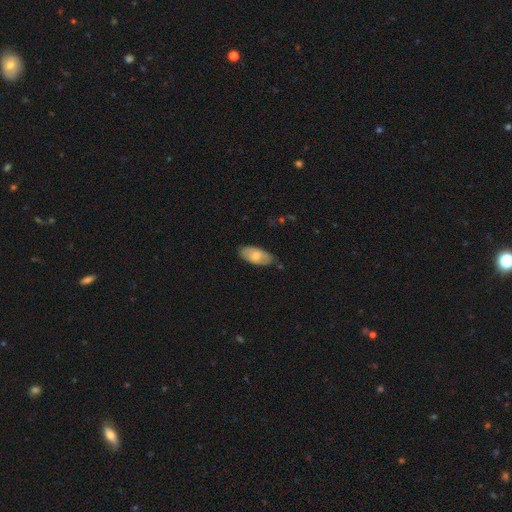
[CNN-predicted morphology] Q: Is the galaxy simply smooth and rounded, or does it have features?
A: smooth — 64%.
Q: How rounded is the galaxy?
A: in between — 91%.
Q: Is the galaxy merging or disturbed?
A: none — 76%.